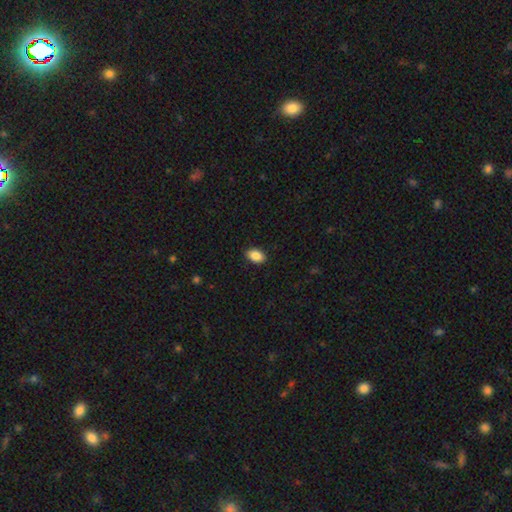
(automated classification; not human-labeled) Smooth or featured: smooth — 89% (star or artifact — 7%)
How rounded: in between — 91% (round — 8%)
Merging: none — 90% (minor disturbance — 7%)